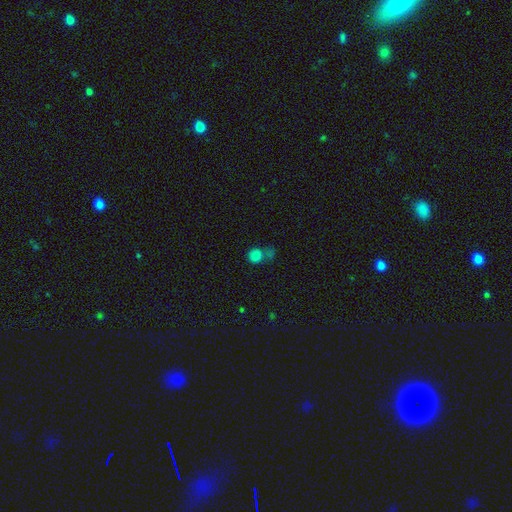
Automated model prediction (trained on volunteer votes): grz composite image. It shows a smooth galaxy with no disk features (78%) that is round (84%). Merging: none (50%).